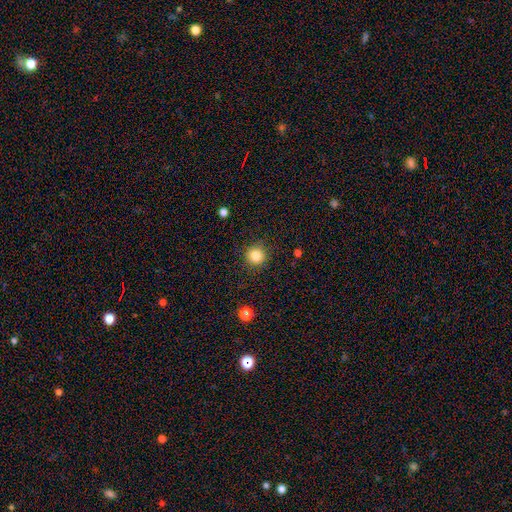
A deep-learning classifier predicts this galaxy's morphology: A smooth galaxy with no disk features (84%) that is round (94%).

Vote fractions:
- Smooth or featured? smooth: 84% / star or artifact: 12% / featured or disk: 5%
- How rounded? round: 94% / in between: 6% / cigar-shaped: 1%
- Merging? none: 89% / minor disturbance: 8% / major disturbance: 2% / merger: 1%